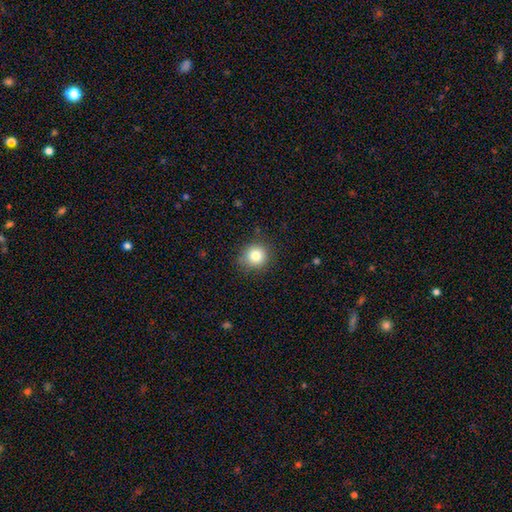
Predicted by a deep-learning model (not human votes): Smooth or featured? Predicted: smooth (p=0.81). How rounded? Predicted: round (p=0.91). Merging? Predicted: none (p=0.86).